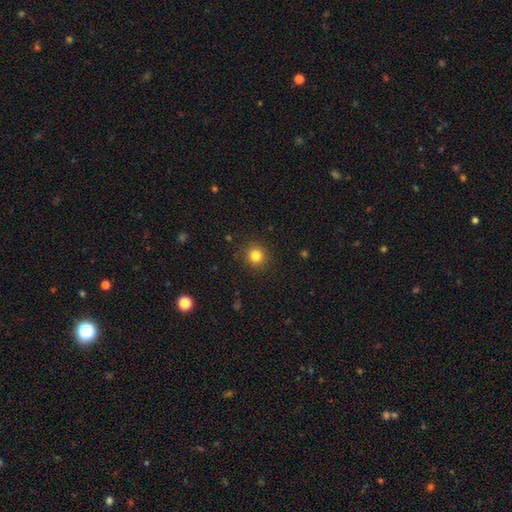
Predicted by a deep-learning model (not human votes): Q: Smooth or featured?
A: smooth (82%); runner-up: star or artifact (12%)
Q: How rounded?
A: round (91%); runner-up: in between (8%)
Q: Merging?
A: none (90%); runner-up: minor disturbance (6%)